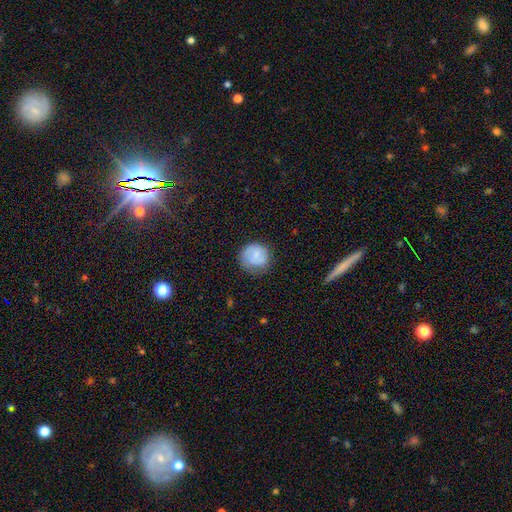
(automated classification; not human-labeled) Smooth or featured?
  - smooth: 77% *
  - featured or disk: 16%
  - star or artifact: 7%
How rounded?
  - round: 88% *
  - in between: 11%
  - cigar-shaped: 1%
Merging?
  - none: 71% *
  - minor disturbance: 21%
  - major disturbance: 7%
  - merger: 1%